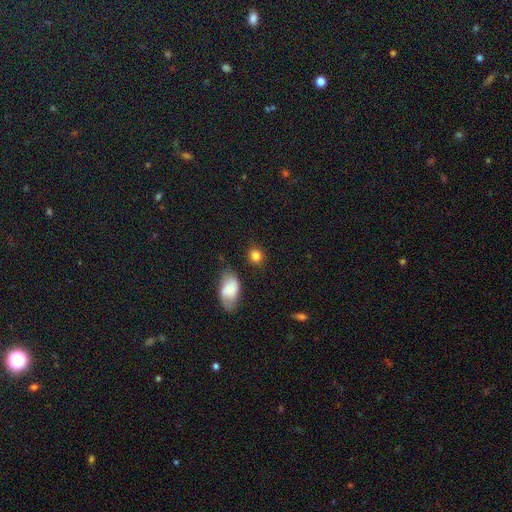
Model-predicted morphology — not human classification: The model was most divided on "how rounded": round: 73%, in between: 25%, cigar-shaped: 2%. More confident: smooth or featured — smooth (84%); merging — none (80%).